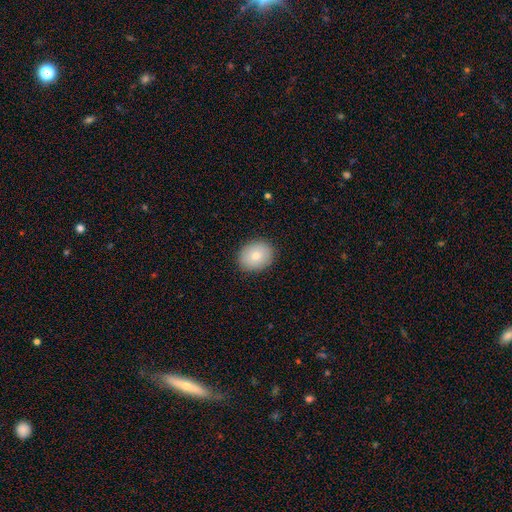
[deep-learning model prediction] smooth 78%, featured or disk 13%, star or artifact 8%. Down the decision tree: how rounded — round (51%); merging — none (89%).